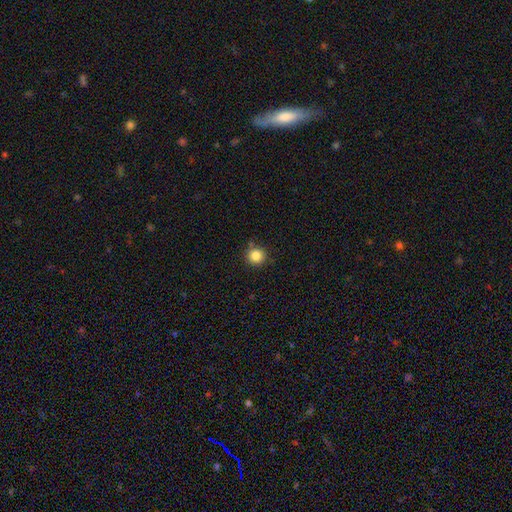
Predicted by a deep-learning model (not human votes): Smooth or featured: smooth — 84% (star or artifact — 11%)
How rounded: round — 94% (in between — 5%)
Merging: none — 84% (minor disturbance — 10%)